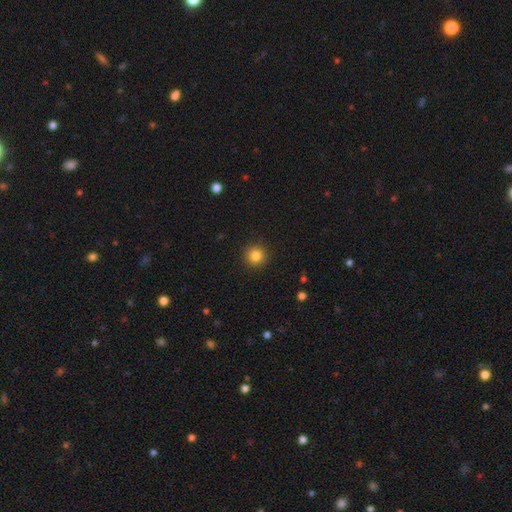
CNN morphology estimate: Smooth or featured? Predicted: smooth (p=0.84). How rounded? Predicted: round (p=0.94). Merging? Predicted: none (p=0.92).